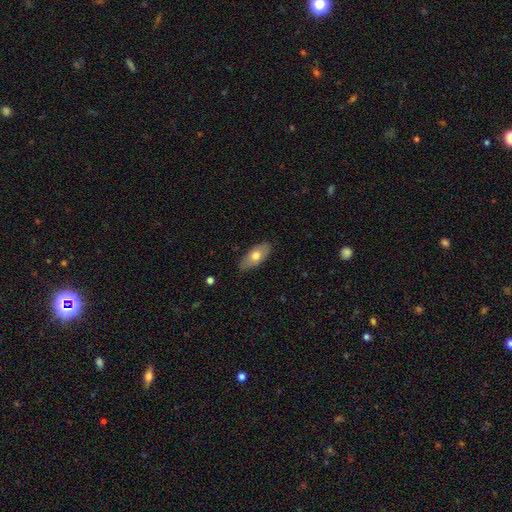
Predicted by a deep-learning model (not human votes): Morphology: type=smooth (68%); roundness=in between (84%); merging=none (85%).